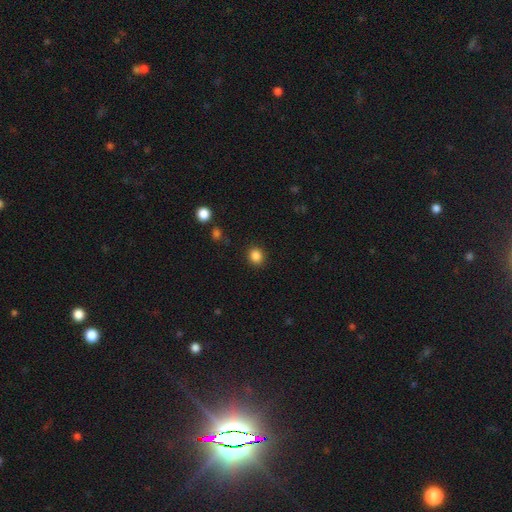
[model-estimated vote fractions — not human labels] Smooth or featured? Predicted: smooth (p=0.86). How rounded? Predicted: round (p=0.80). Merging? Predicted: none (p=0.90).